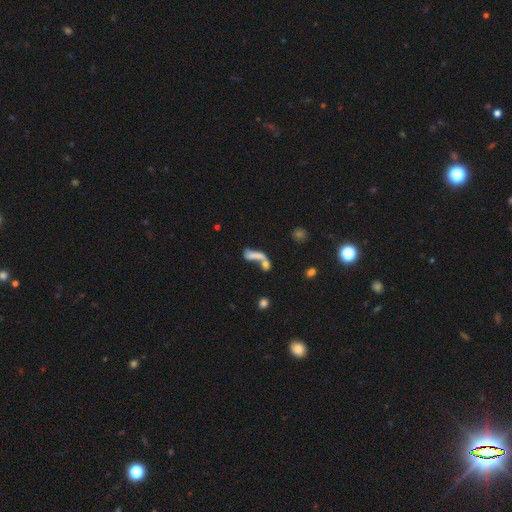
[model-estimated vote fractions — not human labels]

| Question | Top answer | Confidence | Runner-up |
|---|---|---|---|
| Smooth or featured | smooth | 60% | featured or disk (27%) |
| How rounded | in between | 47% | cigar-shaped (45%) |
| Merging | merger | 56% | none (22%) |